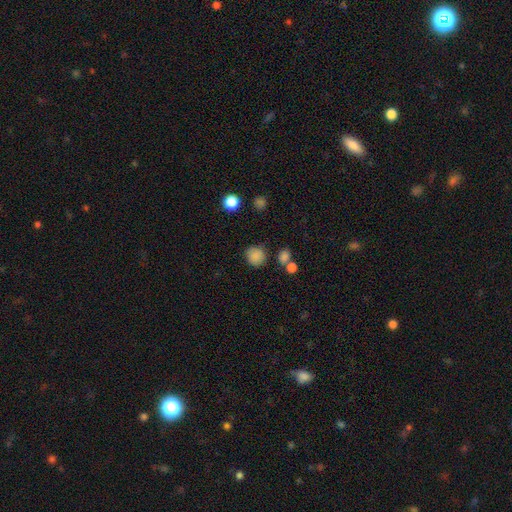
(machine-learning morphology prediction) smooth-or-featured: smooth: 84% | star or artifact: 11% | featured or disk: 4%
  how-rounded: round: 90% | in between: 10% | cigar-shaped: 1%
  merging: none: 80% | minor disturbance: 11% | merger: 6% | major disturbance: 4%